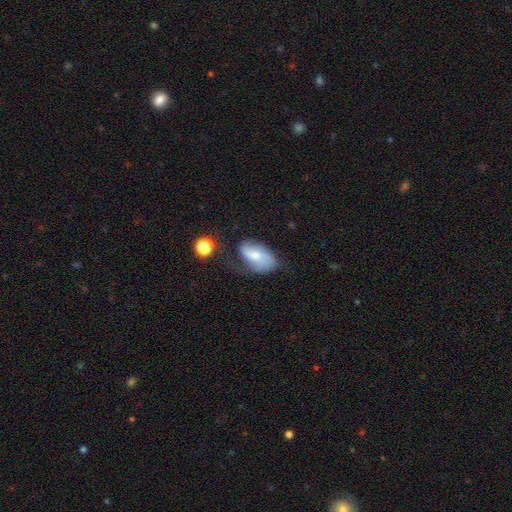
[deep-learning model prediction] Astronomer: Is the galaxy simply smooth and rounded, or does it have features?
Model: smooth — 55% (runner-up: featured or disk, 36%).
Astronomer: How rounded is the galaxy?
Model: in between — 92%.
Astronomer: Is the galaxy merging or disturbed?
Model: none — 42% (runner-up: minor disturbance, 33%).